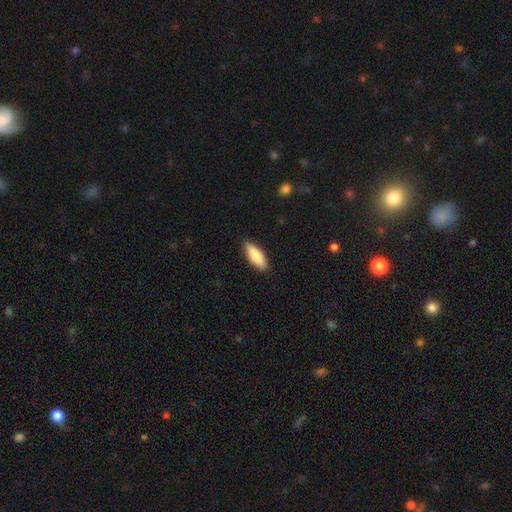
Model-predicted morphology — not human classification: Smooth or featured: smooth — 84% (featured or disk — 10%)
How rounded: in between — 67% (cigar-shaped — 31%)
Merging: none — 90% (minor disturbance — 8%)